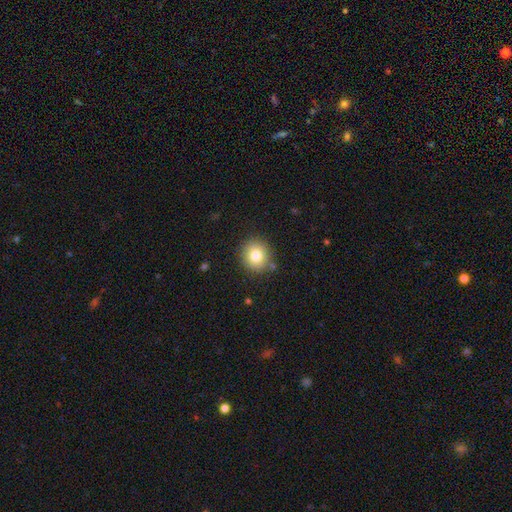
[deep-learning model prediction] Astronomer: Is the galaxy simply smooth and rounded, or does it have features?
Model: smooth — 80%.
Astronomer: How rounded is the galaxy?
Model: round — 89%.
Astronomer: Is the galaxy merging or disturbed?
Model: none — 86%.